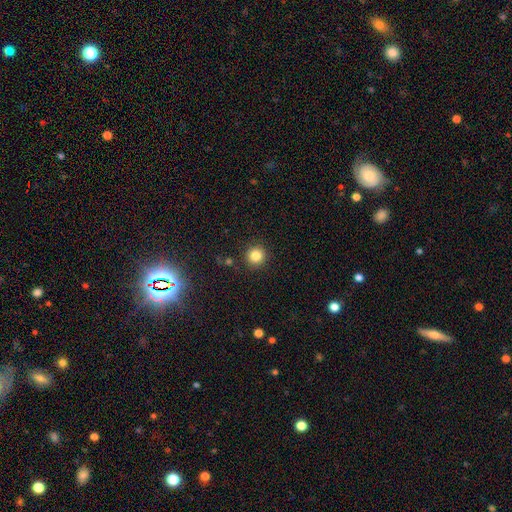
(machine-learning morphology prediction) Overall: smooth (82%). How rounded: round (94%). Merging: none (90%).